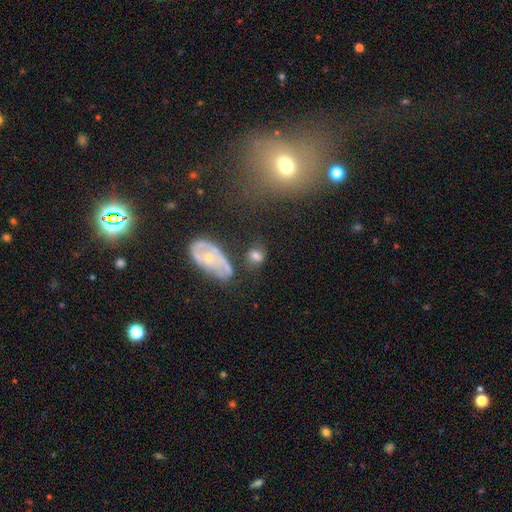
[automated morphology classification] Q: Smooth or featured?
A: smooth (67%); runner-up: featured or disk (20%)
Q: How rounded?
A: round (50%); runner-up: in between (47%)
Q: Merging?
A: none (54%); runner-up: minor disturbance (22%)